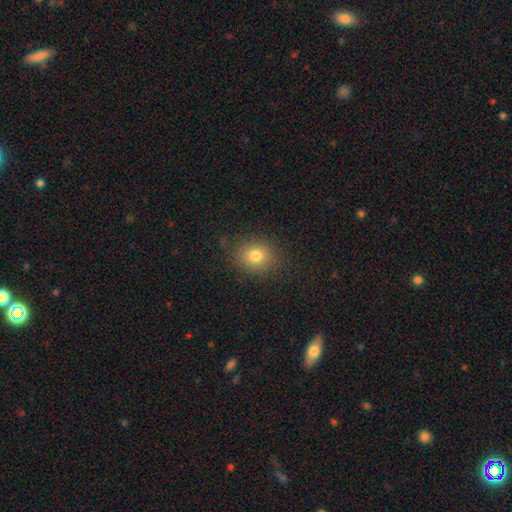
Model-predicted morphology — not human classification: Smooth or featured: smooth — 78% (star or artifact — 14%)
How rounded: round — 74% (in between — 25%)
Merging: none — 85% (minor disturbance — 10%)